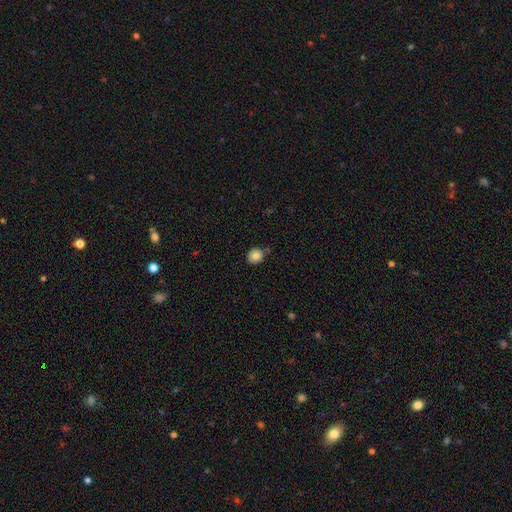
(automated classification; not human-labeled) Smooth or featured? Predicted: smooth (p=0.80). How rounded? Predicted: round (p=0.83). Merging? Predicted: none (p=0.82).